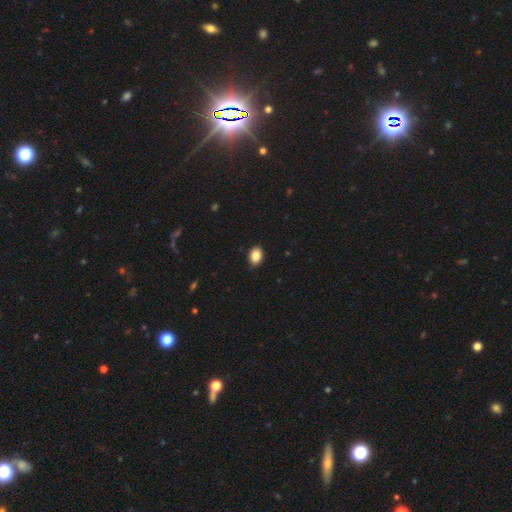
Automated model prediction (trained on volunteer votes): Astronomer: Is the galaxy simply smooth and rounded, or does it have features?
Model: smooth — 86%.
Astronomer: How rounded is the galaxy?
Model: in between — 81%.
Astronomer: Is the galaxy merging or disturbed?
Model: none — 85%.